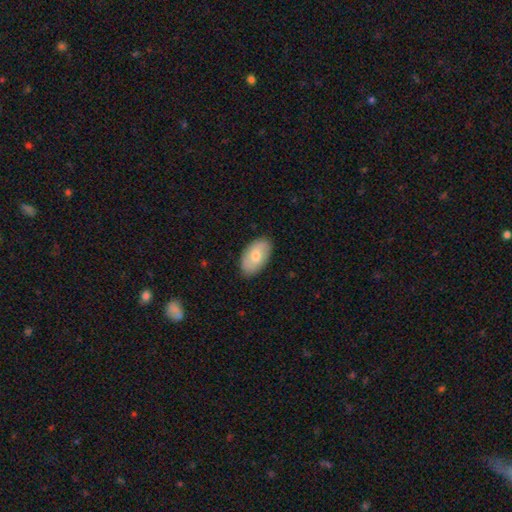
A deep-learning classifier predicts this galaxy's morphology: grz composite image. It shows a smooth galaxy with no disk features (69%) that is in between round and cigar-shaped (94%). Merging: none (87%).